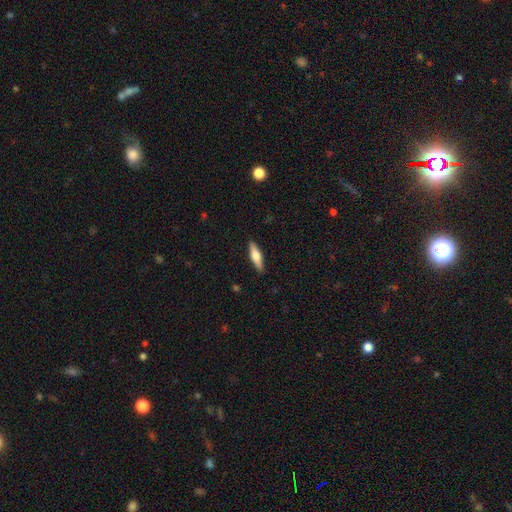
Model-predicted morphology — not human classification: This appears to be a smooth galaxy with no disk features (56%) that is cigar-shaped (66%). Merging: none (90%).